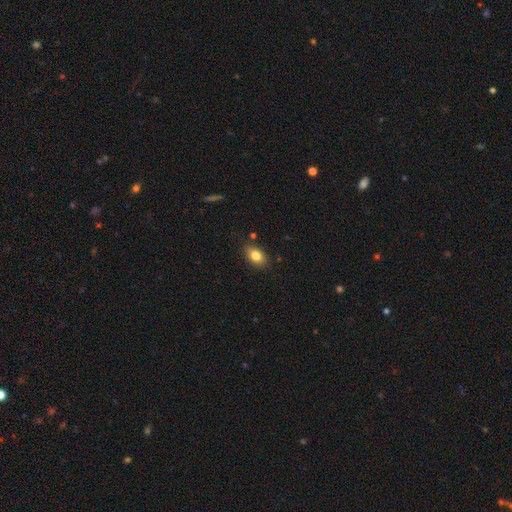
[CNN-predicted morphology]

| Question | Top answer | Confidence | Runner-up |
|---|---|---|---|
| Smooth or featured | smooth | 82% | featured or disk (9%) |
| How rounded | in between | 87% | round (11%) |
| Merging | none | 84% | minor disturbance (11%) |